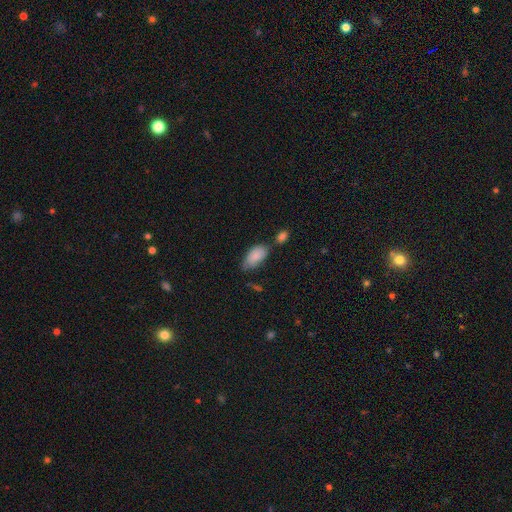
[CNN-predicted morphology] Smooth or featured? Predicted: smooth (p=0.87). How rounded? Predicted: in between (p=0.93). Merging? Predicted: none (p=0.50).